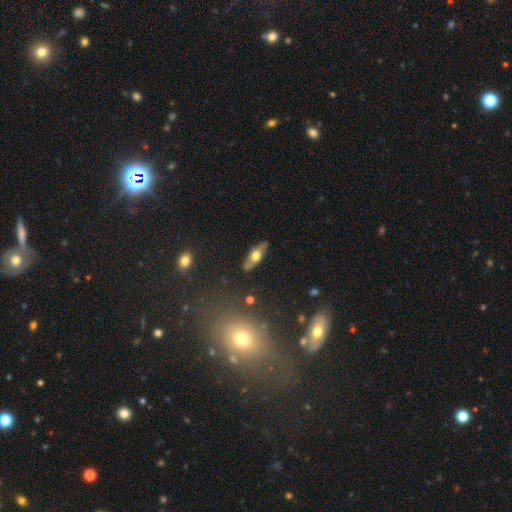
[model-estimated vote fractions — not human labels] The model was most divided on "smooth or featured": smooth: 50%, featured or disk: 44%, star or artifact: 7%. More confident: merging — none (83%).